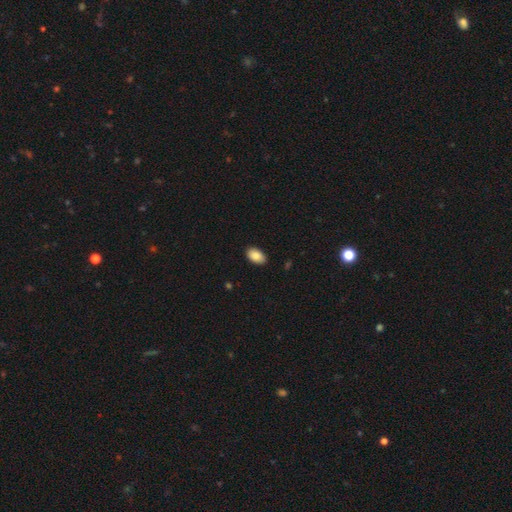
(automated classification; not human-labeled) Smooth or featured?
  - smooth: 89% *
  - star or artifact: 7%
  - featured or disk: 4%
How rounded?
  - in between: 93% *
  - round: 6%
  - cigar-shaped: 1%
Merging?
  - none: 88% *
  - minor disturbance: 9%
  - major disturbance: 2%
  - merger: 1%